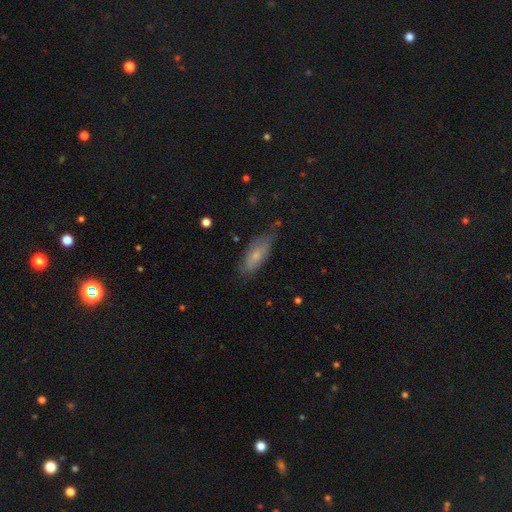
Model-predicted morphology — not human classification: Smooth or featured? smooth (67%)
How rounded? in between (67%)
Merging? none (62%)